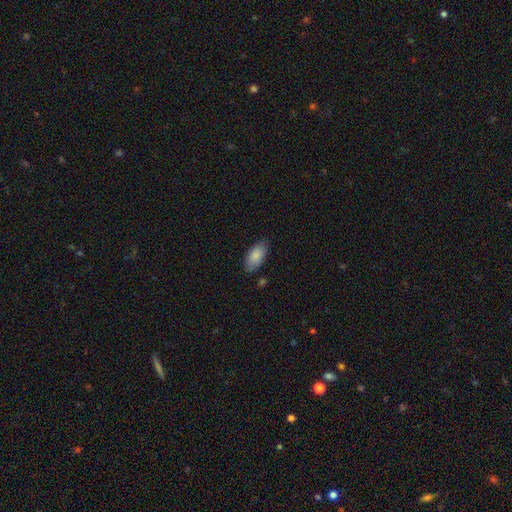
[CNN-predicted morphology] This appears to be a smooth galaxy with no disk features (86%) that is in between round and cigar-shaped (92%). Merging: none (81%).